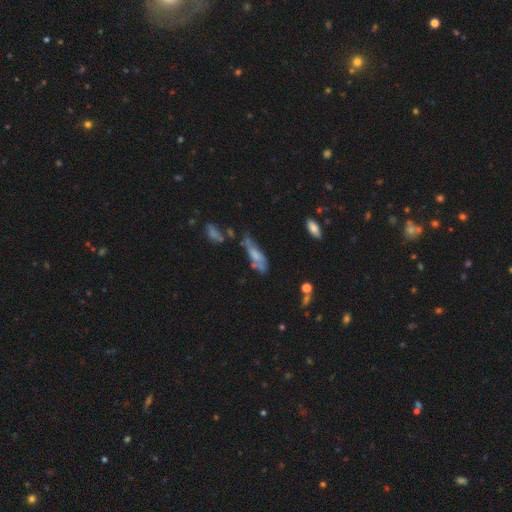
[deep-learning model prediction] Smooth or featured? smooth (49%)
Merging? none (33%)